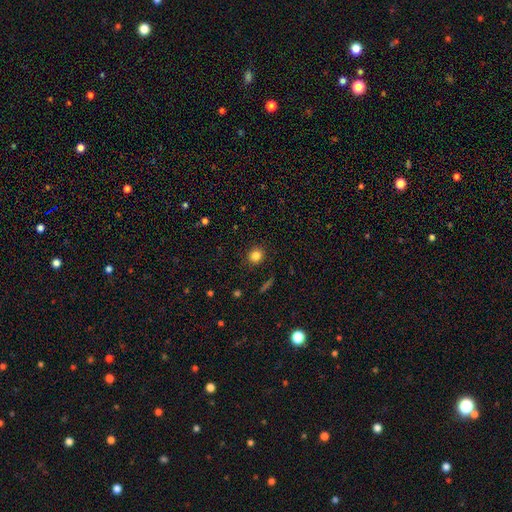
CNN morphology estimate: type=smooth (83%); roundness=round (85%); merging=none (90%).